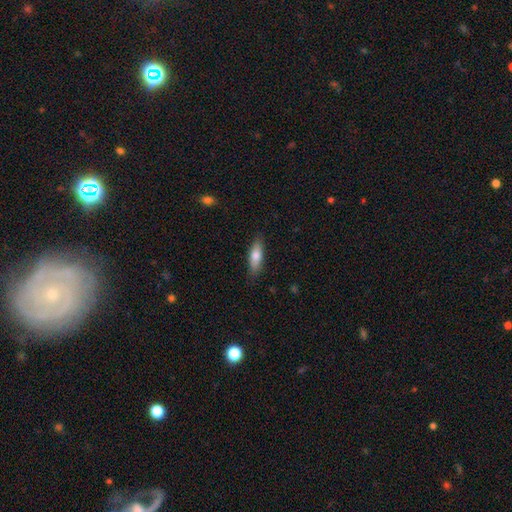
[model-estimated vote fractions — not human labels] The model was most divided on "how rounded": in between: 53%, cigar-shaped: 45%, round: 2%. More confident: merging — none (85%); smooth or featured — smooth (74%).